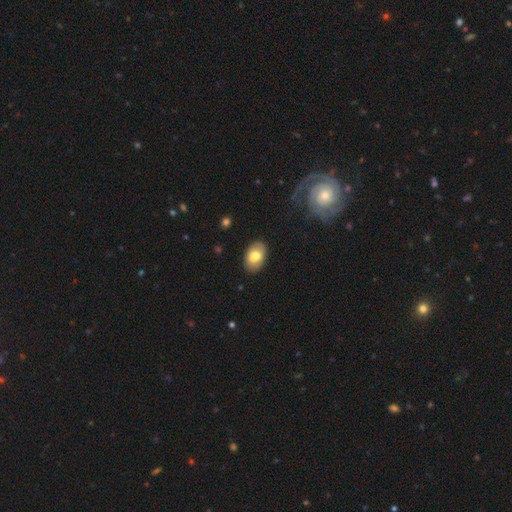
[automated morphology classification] type=smooth (74%); roundness=in between (90%); merging=none (85%).